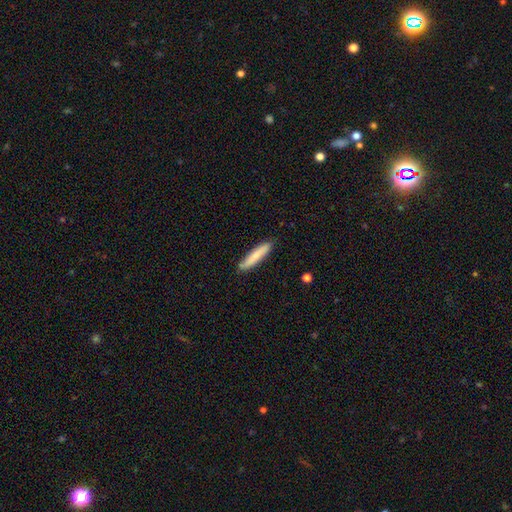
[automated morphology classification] Smooth or featured: smooth — 79% (featured or disk — 15%)
How rounded: cigar-shaped — 90% (in between — 9%)
Merging: none — 86% (minor disturbance — 11%)